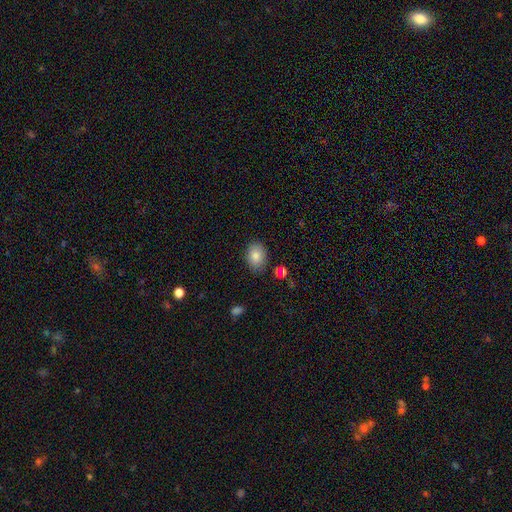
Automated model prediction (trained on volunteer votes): A smooth galaxy with no disk features (84%) that is in between round and cigar-shaped (75%). Merging: none (82%).